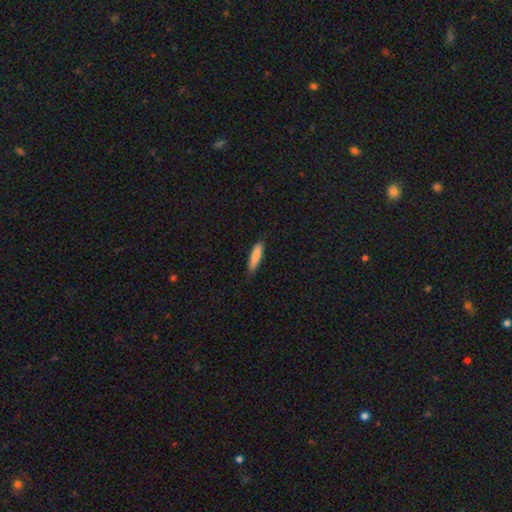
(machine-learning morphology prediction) The model was most divided on "how rounded": cigar-shaped: 78%, in between: 20%, round: 1%. More confident: smooth or featured — smooth (84%); merging — none (80%).